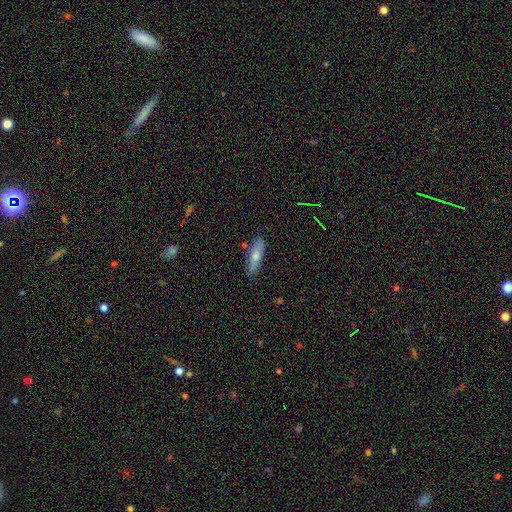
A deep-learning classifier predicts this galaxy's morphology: smooth_or_featured: smooth (p=0.67) [alt: featured or disk p=0.26]
how_rounded: cigar-shaped (p=0.63) [alt: in between p=0.35]
merging: none (p=0.83) [alt: minor disturbance p=0.12]